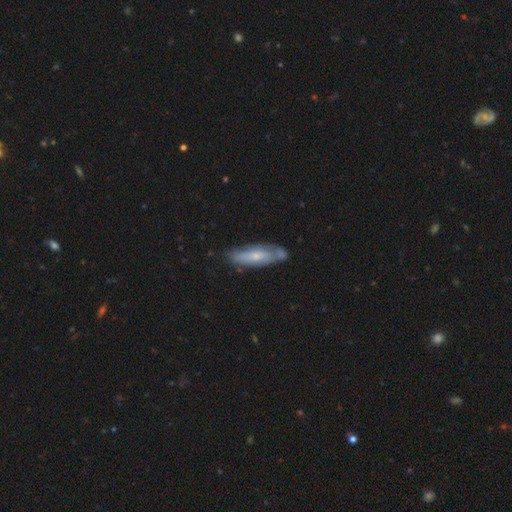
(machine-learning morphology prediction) featured or disk 49%, smooth 44%, star or artifact 7%. Down the decision tree: merging — none (65%).